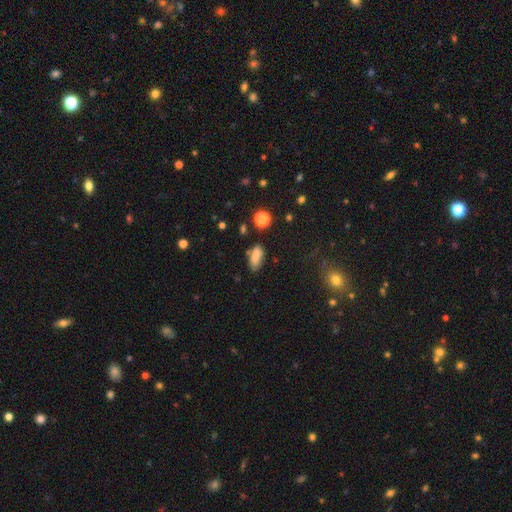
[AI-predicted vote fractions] This appears to be a smooth galaxy with no disk features (81%) that is in between round and cigar-shaped (82%). Merging: none (67%).